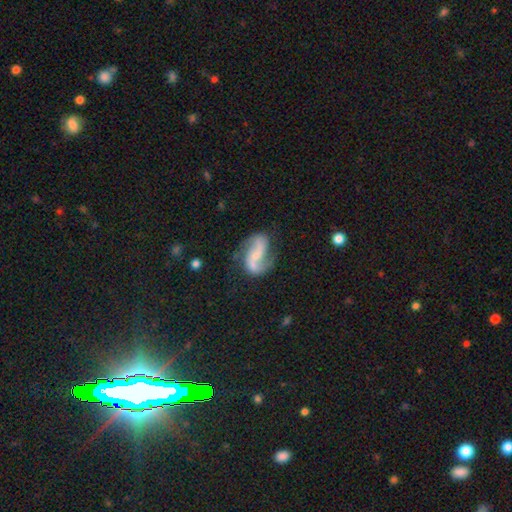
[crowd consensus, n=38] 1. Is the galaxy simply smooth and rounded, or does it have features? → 92% featured or disk, 5% smooth, 3% star or artifact.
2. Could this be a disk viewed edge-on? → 100% no, 0% yes.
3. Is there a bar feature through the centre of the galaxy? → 54% no, 26% weak, 20% strong.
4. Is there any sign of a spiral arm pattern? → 100% yes, 0% no.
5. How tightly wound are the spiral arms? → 63% loose, 31% medium, 6% tight.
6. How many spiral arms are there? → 97% 2, 3% can't tell, 0% 1, 0% 3, 0% 4, 0% more than 4.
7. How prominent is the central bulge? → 37% moderate (tied), 37% small (tied), 23% none, 3% dominant, 0% large.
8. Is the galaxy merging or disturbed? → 65% none, 22% major disturbance, 14% minor disturbance, 0% merger.